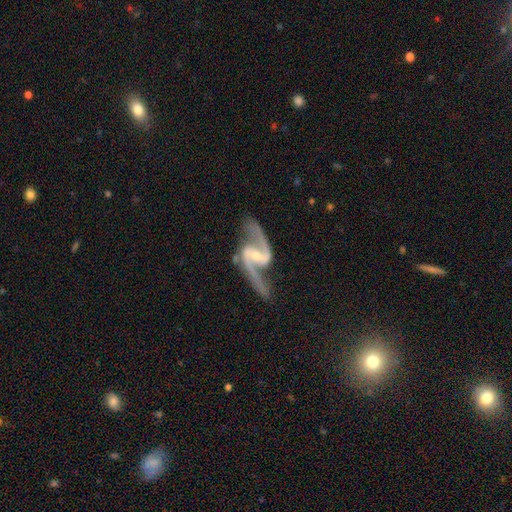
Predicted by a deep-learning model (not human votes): Smooth or featured? featured or disk (93%)
Edge-on disk? no (98%)
Bar? weak (47%)
Spiral arms? yes (98%)
Spiral winding? loose (54%)
Spiral arm count? 2 (94%)
Bulge size? small (58%)
Merging? none (73%)